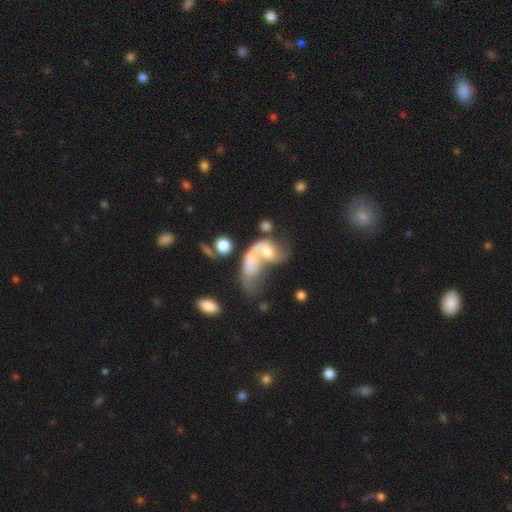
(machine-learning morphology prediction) Smooth or featured? Predicted: featured or disk (p=0.50). Edge-on disk? Predicted: no (p=0.93). Merging? Predicted: merger (p=0.67).